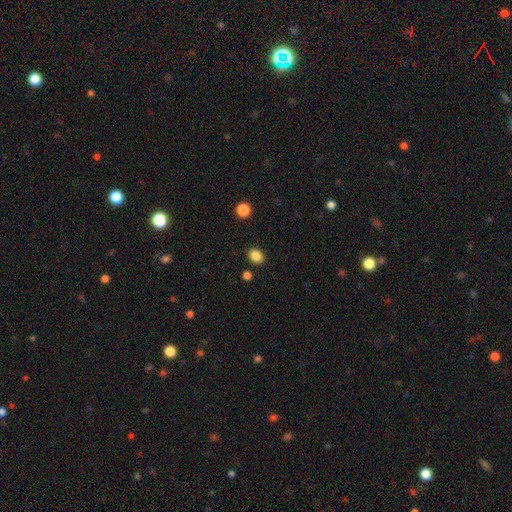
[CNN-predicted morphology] Smooth or featured: smooth — 86% (star or artifact — 10%)
How rounded: in between — 57% (round — 42%)
Merging: none — 86% (minor disturbance — 9%)